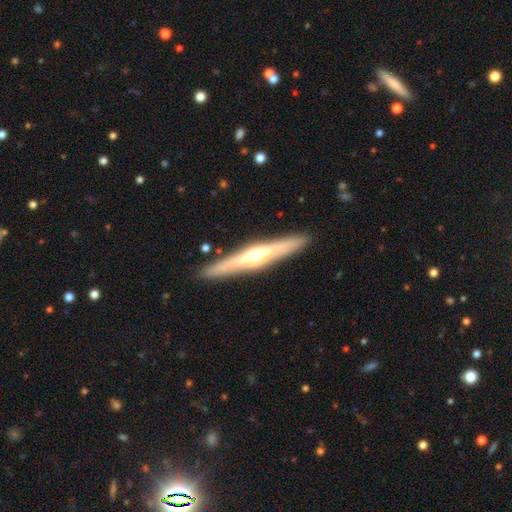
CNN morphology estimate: A featured or disk galaxy (68%) viewed edge-on (95%) with a rounded central bulge (90%).

Vote fractions:
- Smooth or featured? featured or disk: 68% / smooth: 26% / star or artifact: 5%
- Edge-on disk? yes: 95% / no: 5%
- Edge-on bulge? rounded: 90% / none: 6% / boxy: 4%
- Merging? none: 90% / minor disturbance: 7% / major disturbance: 2% / merger: 1%